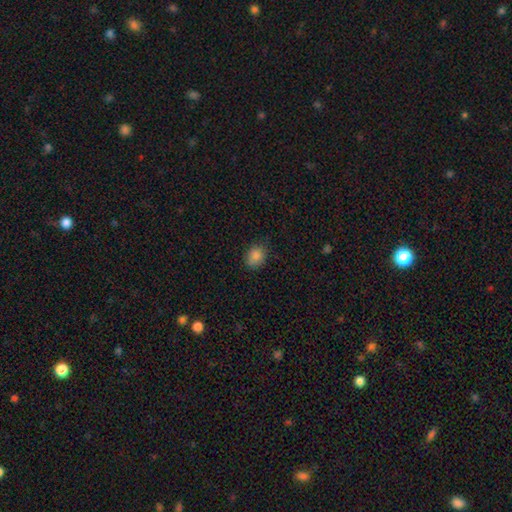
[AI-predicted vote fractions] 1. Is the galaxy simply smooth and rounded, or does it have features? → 85% smooth, 10% star or artifact, 5% featured or disk.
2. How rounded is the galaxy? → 52% round, 47% in between, 1% cigar-shaped.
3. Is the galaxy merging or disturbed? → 82% none, 14% minor disturbance, 3% major disturbance, 1% merger.